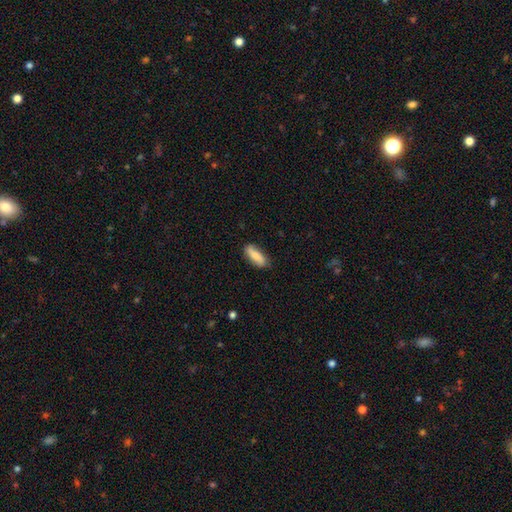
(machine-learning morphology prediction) A smooth galaxy with no disk features (79%) that is in between round and cigar-shaped (61%). Merging: none (81%).